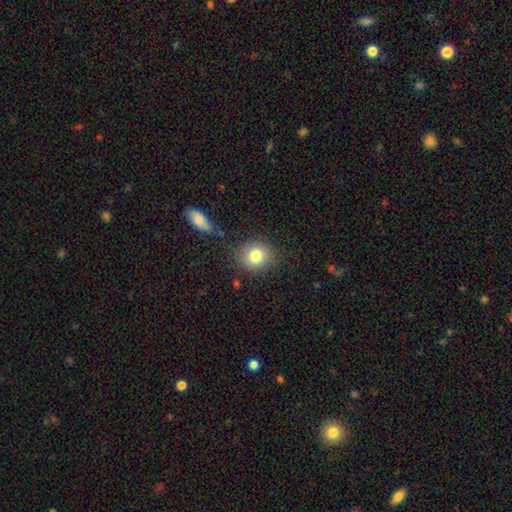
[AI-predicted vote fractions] Smooth or featured: smooth — 81% (star or artifact — 10%)
How rounded: round — 80% (in between — 19%)
Merging: none — 82% (minor disturbance — 11%)